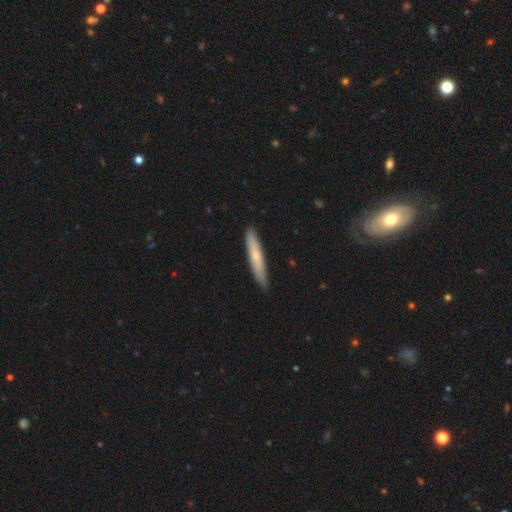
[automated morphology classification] This appears to be a smooth galaxy with no disk features (62%) that is cigar-shaped (91%). Merging: none (88%).